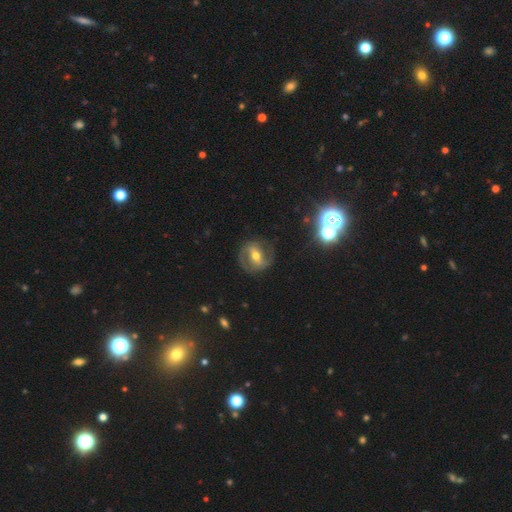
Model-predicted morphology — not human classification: A featured or disk galaxy (77%) with a strong bar (45%), 2 (87%) medium (50%) spiral arms (86%) and a moderate central bulge (70%). Merging: none (79%).